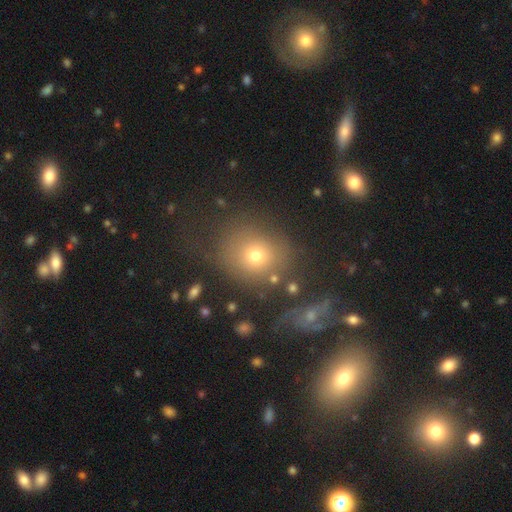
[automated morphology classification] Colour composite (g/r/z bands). It shows a smooth galaxy with no disk features (69%) that is round (75%). Merging: none (69%).